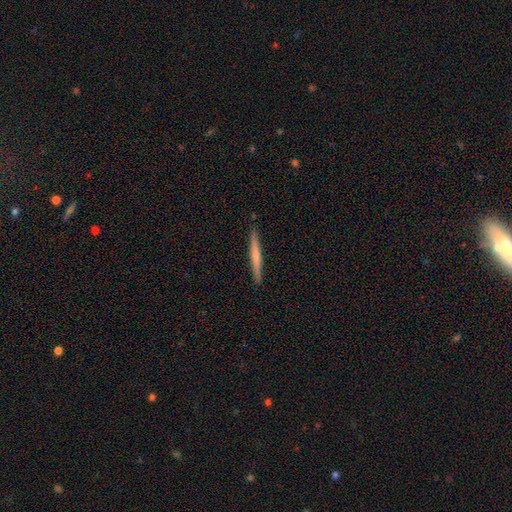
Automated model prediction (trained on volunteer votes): A smooth galaxy with no disk features (56%) that is cigar-shaped (97%).

Vote fractions:
- Smooth or featured? smooth: 56% / featured or disk: 38% / star or artifact: 5%
- How rounded? cigar-shaped: 97% / in between: 2% / round: 1%
- Merging? none: 91% / minor disturbance: 6% / major disturbance: 1% / merger: 1%